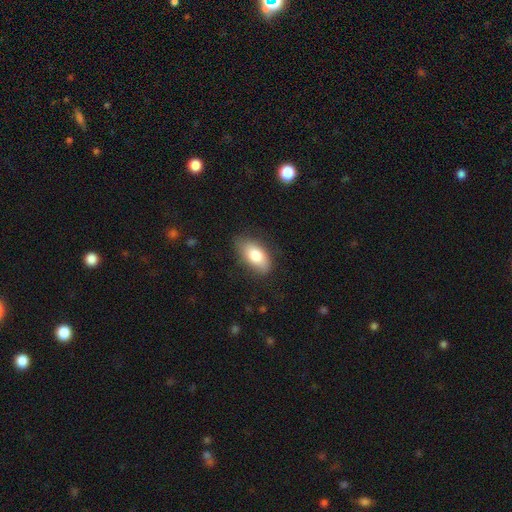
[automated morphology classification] A smooth galaxy with no disk features (79%) that is in between round and cigar-shaped (91%).

Vote fractions:
- Smooth or featured? smooth: 79% / featured or disk: 14% / star or artifact: 6%
- How rounded? in between: 91% / cigar-shaped: 5% / round: 4%
- Merging? none: 76% / minor disturbance: 19% / major disturbance: 4% / merger: 1%